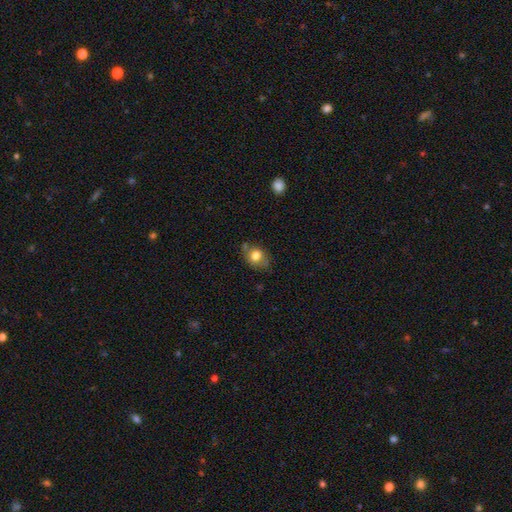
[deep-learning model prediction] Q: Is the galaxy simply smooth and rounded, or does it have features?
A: smooth — 76%.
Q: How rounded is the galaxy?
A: round — 51%.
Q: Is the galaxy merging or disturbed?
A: none — 62%.